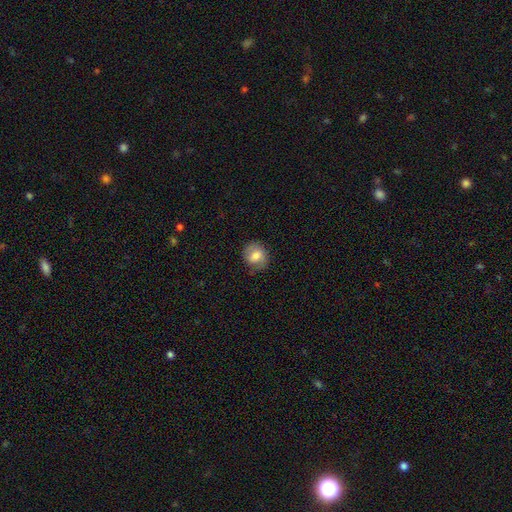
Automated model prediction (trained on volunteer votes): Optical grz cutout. It shows a smooth galaxy with no disk features (67%) that is round (74%). Merging: none (75%).